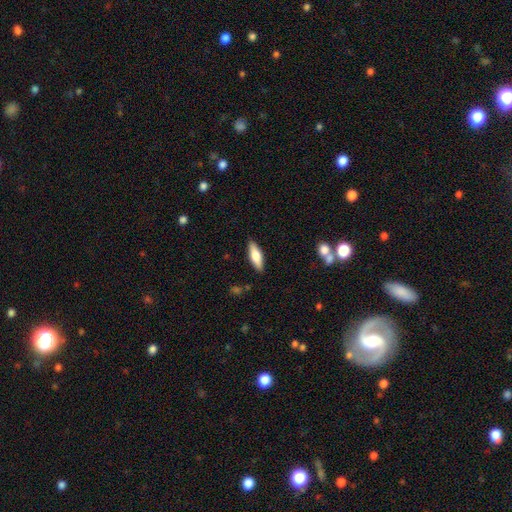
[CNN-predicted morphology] type=smooth (67%); roundness=in between (52%); merging=none (87%).